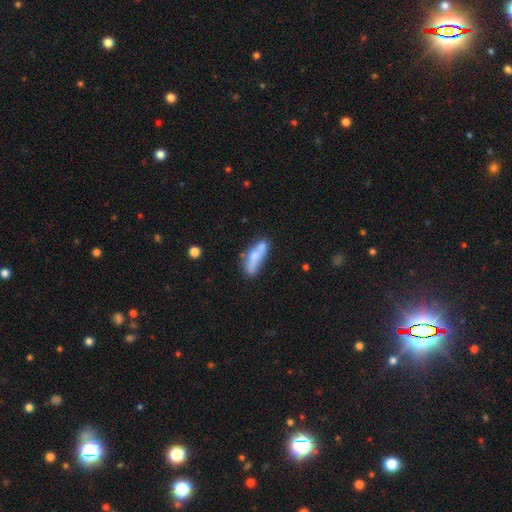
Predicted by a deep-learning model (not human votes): A smooth galaxy with no disk features (59%) that is cigar-shaped (52%). Merging: none (56%).